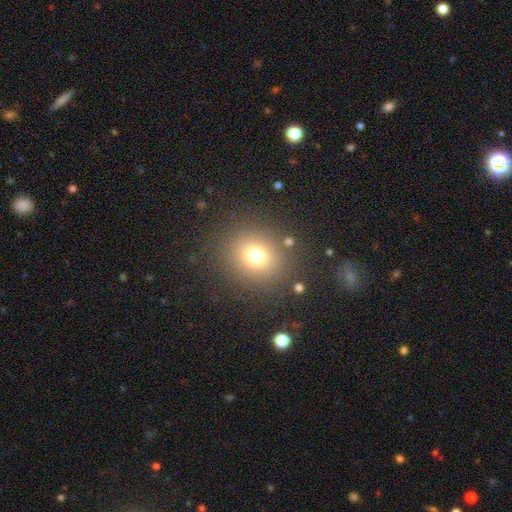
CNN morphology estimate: Overall: smooth (71%). How rounded: round (84%). Merging: none (84%).